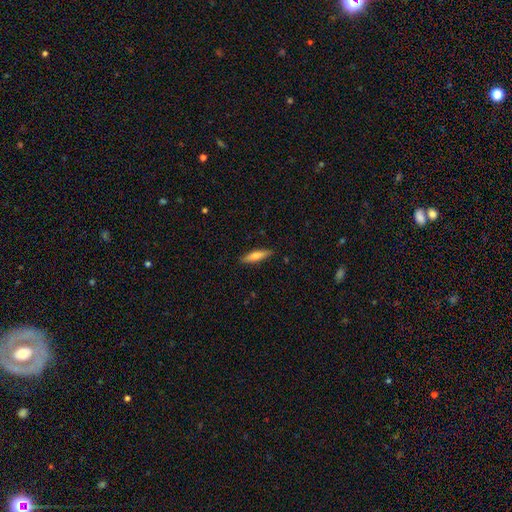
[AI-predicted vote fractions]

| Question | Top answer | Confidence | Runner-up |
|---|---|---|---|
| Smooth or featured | smooth | 68% | featured or disk (26%) |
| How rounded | cigar-shaped | 75% | in between (24%) |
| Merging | none | 87% | minor disturbance (10%) |